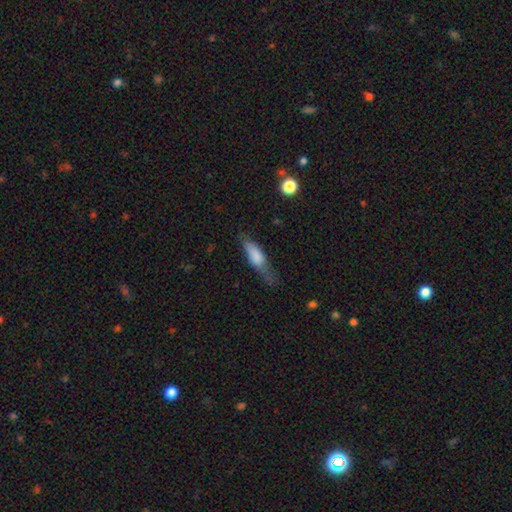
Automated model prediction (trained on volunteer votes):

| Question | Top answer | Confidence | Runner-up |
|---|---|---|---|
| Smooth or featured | smooth | 72% | featured or disk (21%) |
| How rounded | in between | 50% | cigar-shaped (47%) |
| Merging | none | 45% | minor disturbance (34%) |